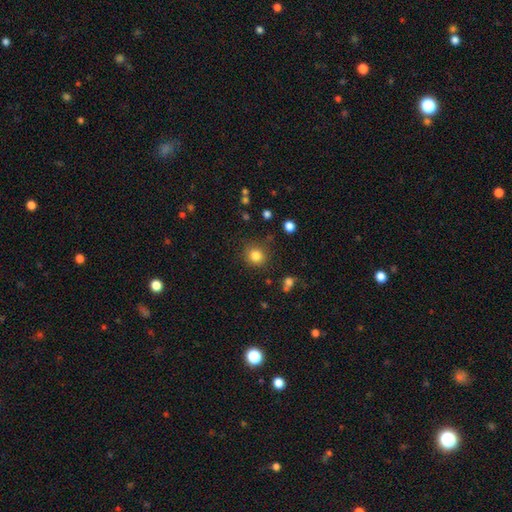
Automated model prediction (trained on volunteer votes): Morphology: type=smooth (83%); roundness=round (87%); merging=none (85%).